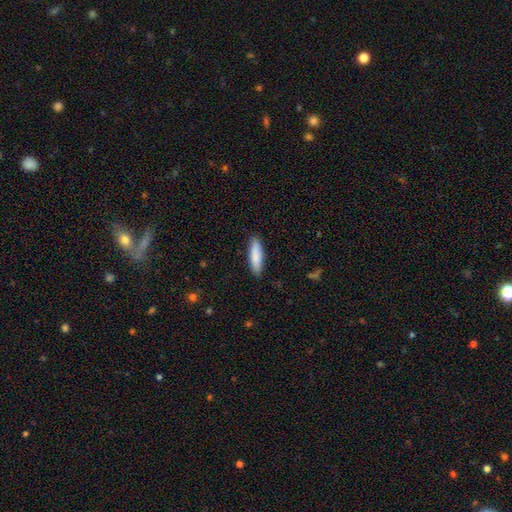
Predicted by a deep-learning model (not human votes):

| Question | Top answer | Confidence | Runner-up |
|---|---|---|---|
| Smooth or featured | smooth | 85% | featured or disk (10%) |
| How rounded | cigar-shaped | 65% | in between (34%) |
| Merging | none | 87% | minor disturbance (10%) |